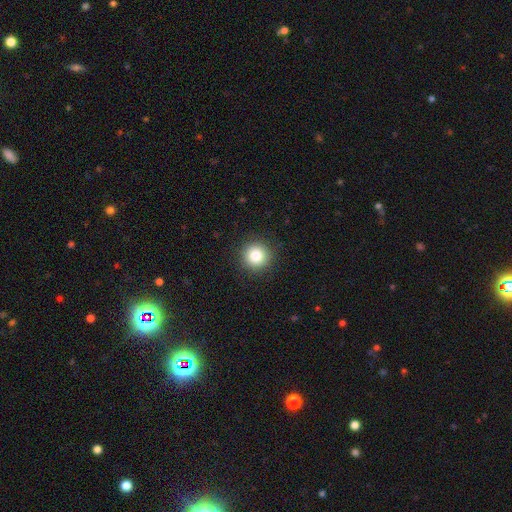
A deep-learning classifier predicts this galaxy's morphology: smooth_or_featured: smooth (p=0.82) [alt: star or artifact p=0.11]
how_rounded: round (p=0.95) [alt: in between p=0.04]
merging: none (p=0.92) [alt: minor disturbance p=0.05]